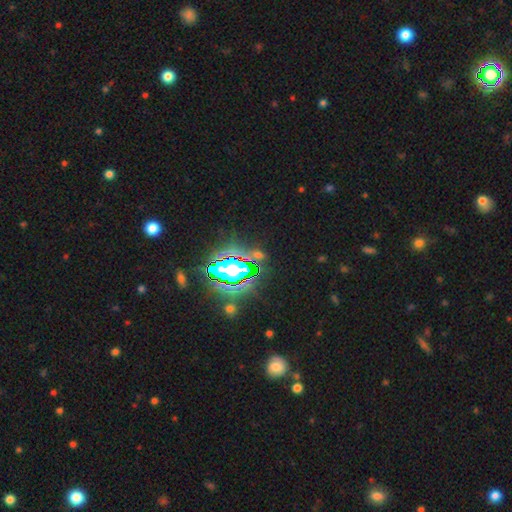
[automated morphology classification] Smooth or featured?
  - star or artifact: 76% *
  - smooth: 14%
  - featured or disk: 10%